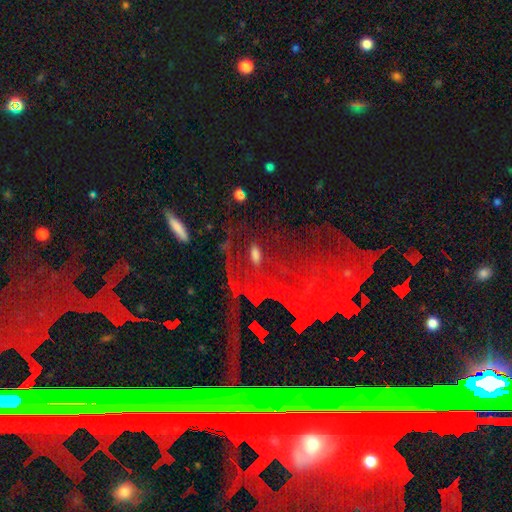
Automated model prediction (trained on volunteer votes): Smooth or featured? Predicted: star or artifact (p=0.45).